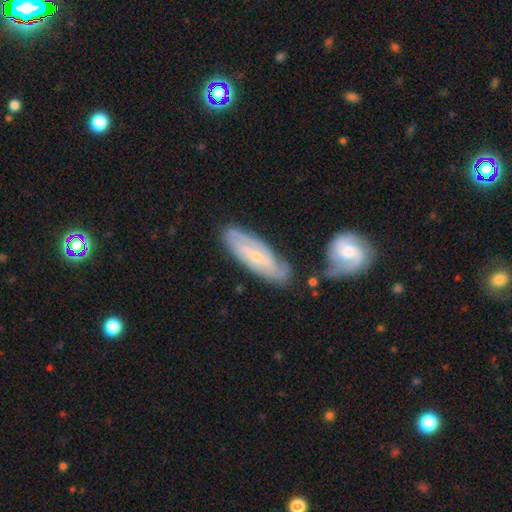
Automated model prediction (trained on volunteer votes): Smooth or featured? featured or disk (62%)
Edge-on disk? no (79%)
Merging? none (66%)